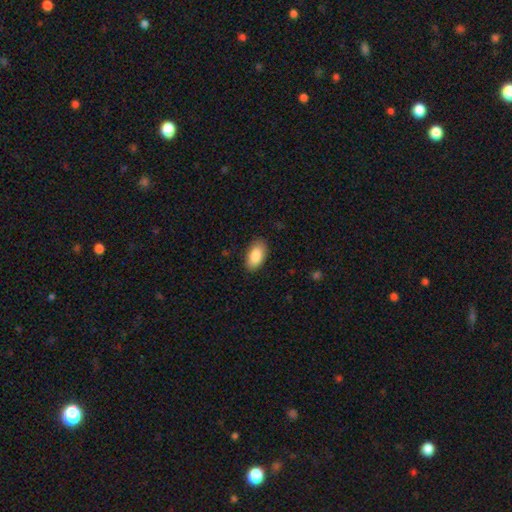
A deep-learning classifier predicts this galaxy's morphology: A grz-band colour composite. It shows a smooth galaxy with no disk features (87%) that is in between round and cigar-shaped (95%). Merging: none (86%).